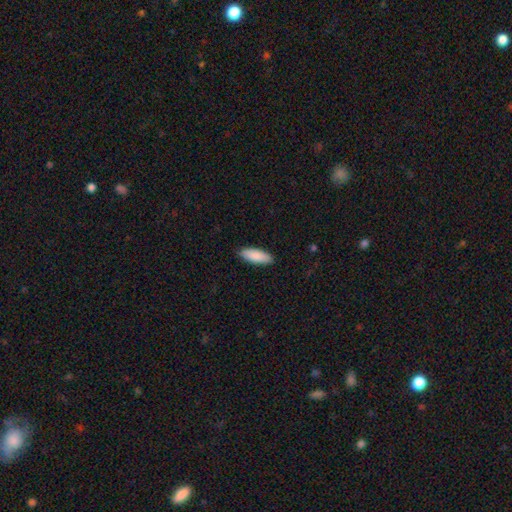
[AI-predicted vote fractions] Q: Smooth or featured?
A: smooth (89%); runner-up: featured or disk (6%)
Q: How rounded?
A: in between (68%); runner-up: cigar-shaped (30%)
Q: Merging?
A: none (88%); runner-up: minor disturbance (9%)